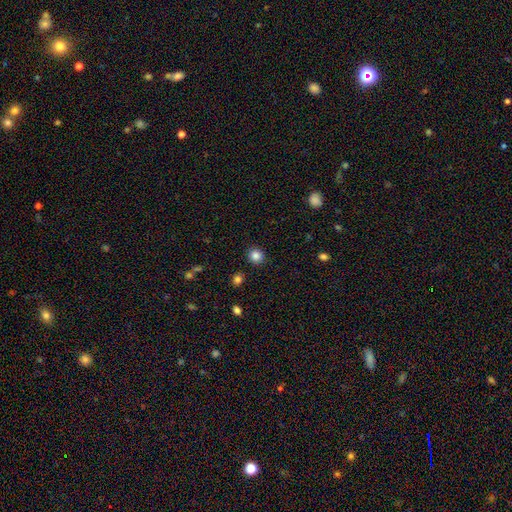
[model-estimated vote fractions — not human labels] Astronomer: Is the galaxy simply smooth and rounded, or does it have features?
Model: smooth — 85%.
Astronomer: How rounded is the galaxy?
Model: round — 87%.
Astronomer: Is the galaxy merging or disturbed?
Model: none — 90%.